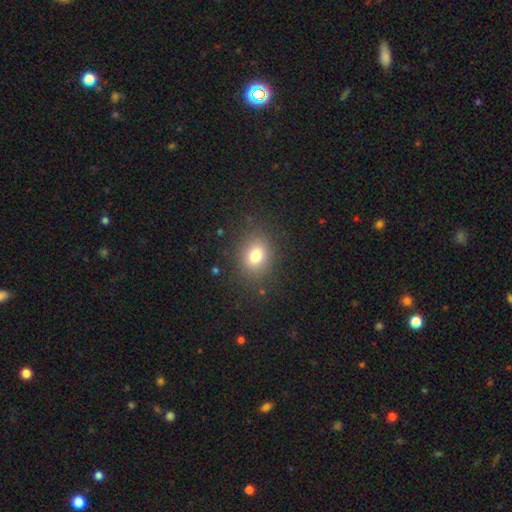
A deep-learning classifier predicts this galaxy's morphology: This is likely a smooth galaxy (78%). How rounded: possibly round (52%). Merging: clearly none (85%).